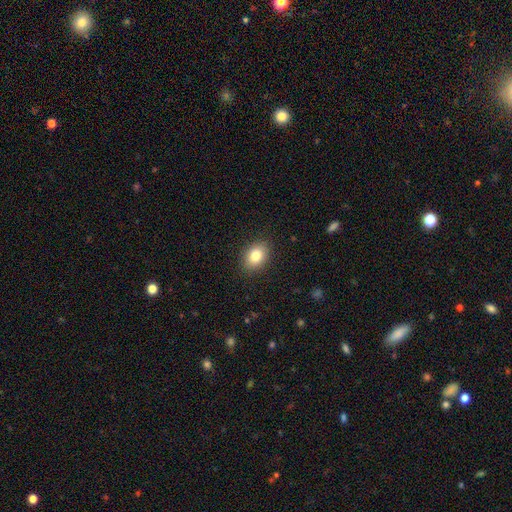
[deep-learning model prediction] This is clearly a smooth galaxy (83%). How rounded: likely in between (76%). Merging: clearly none (88%).